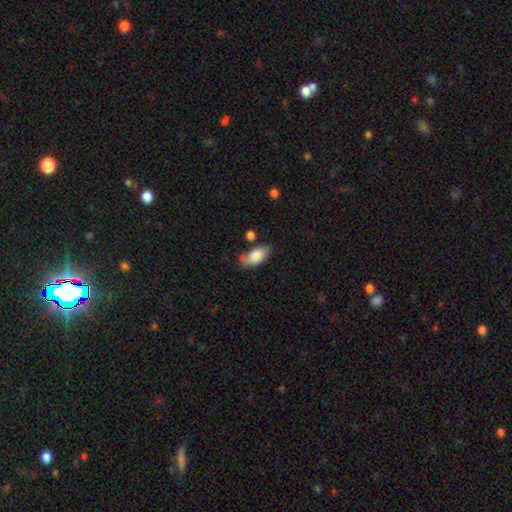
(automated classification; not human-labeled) Overall: smooth (80%). How rounded: in between (91%). Merging: none (60%; minor disturbance 26%).